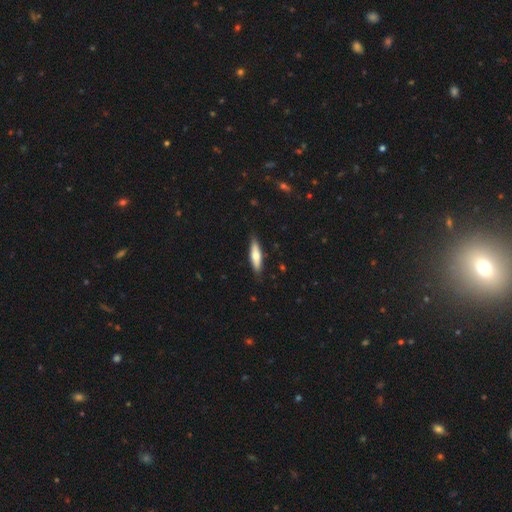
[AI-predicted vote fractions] Smooth or featured: smooth — 65% (featured or disk — 30%)
How rounded: cigar-shaped — 71% (in between — 27%)
Merging: none — 86% (minor disturbance — 11%)